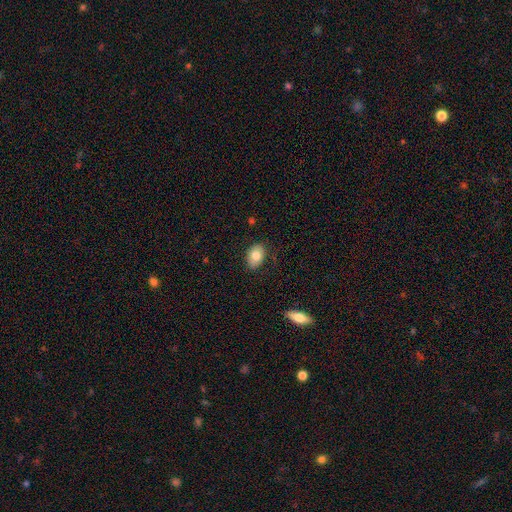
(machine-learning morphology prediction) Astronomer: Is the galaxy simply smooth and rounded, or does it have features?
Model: smooth — 80%.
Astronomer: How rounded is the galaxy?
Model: in between — 85%.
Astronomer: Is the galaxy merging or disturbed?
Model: none — 83%.